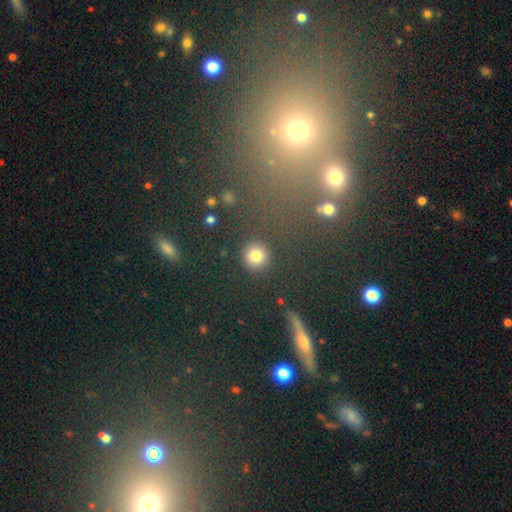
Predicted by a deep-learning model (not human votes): Smooth or featured? Predicted: smooth (p=0.81). How rounded? Predicted: round (p=0.91). Merging? Predicted: none (p=0.88).